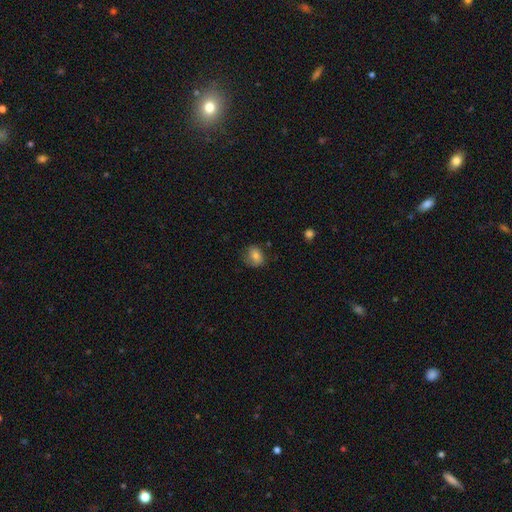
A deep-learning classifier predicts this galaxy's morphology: Smooth or featured? Predicted: smooth (p=0.74). How rounded? Predicted: round (p=0.61). Merging? Predicted: none (p=0.66).